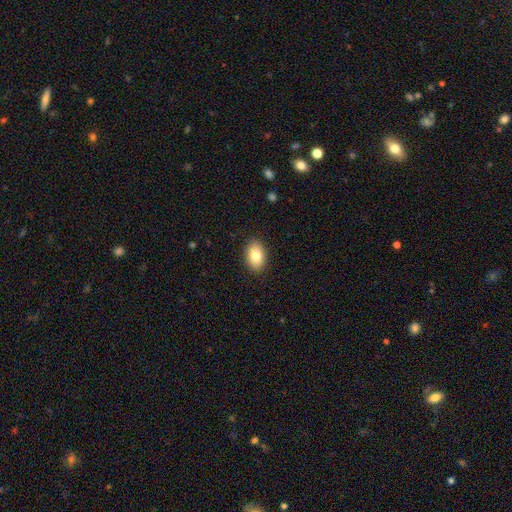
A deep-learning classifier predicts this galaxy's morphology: Smooth or featured: smooth — 82% (featured or disk — 10%)
How rounded: in between — 87% (round — 12%)
Merging: none — 89% (minor disturbance — 8%)